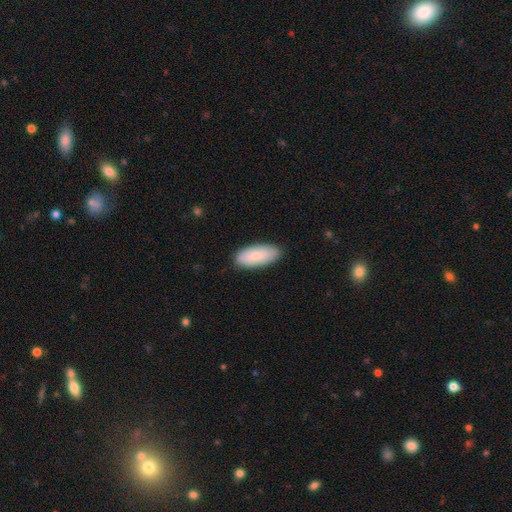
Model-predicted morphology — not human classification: Smooth or featured: smooth — 78% (featured or disk — 17%)
How rounded: in between — 88% (cigar-shaped — 10%)
Merging: none — 87% (minor disturbance — 10%)